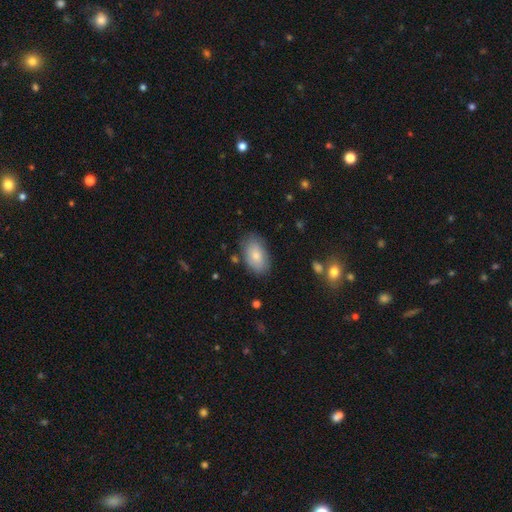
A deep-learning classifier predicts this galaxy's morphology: This appears to be a smooth galaxy with no disk features (78%) that is in between round and cigar-shaped (93%). Merging: none (78%).